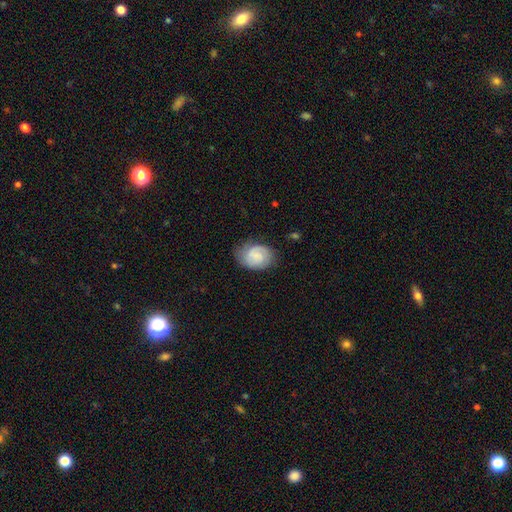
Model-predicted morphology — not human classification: Smooth or featured: featured or disk — 56% (smooth — 37%)
Edge-on disk: no — 98% (yes — 2%)
Bar: no — 47% (weak — 45%)
Spiral arms: yes — 91% (no — 9%)
Bulge size: small — 44% (none — 33%)
Merging: none — 71% (minor disturbance — 21%)